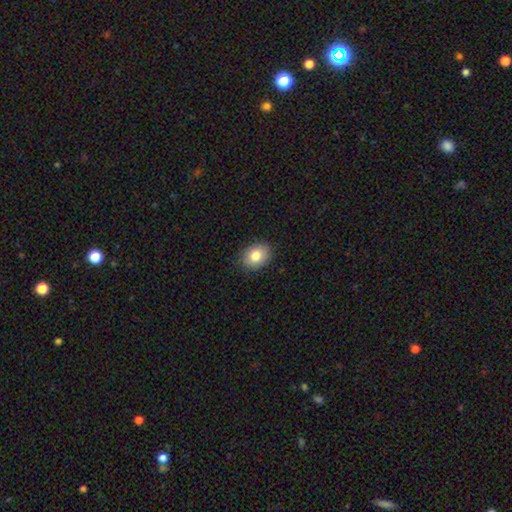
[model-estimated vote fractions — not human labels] Smooth or featured? Predicted: smooth (p=0.82). How rounded? Predicted: in between (p=0.63). Merging? Predicted: none (p=0.87).